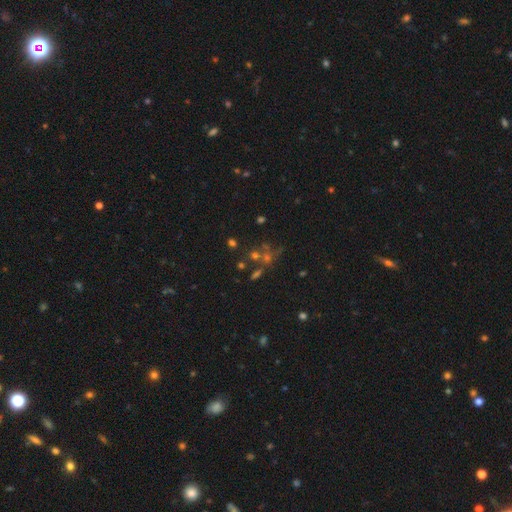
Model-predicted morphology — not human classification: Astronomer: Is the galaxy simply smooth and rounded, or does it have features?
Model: star or artifact — 46% (runner-up: smooth, 35%).